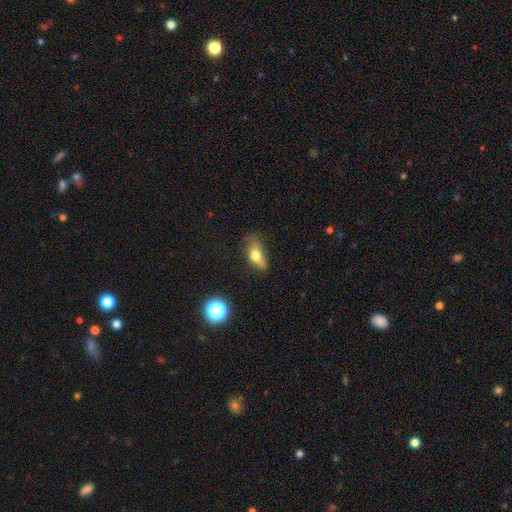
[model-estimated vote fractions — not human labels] A smooth galaxy with no disk features (68%) that is in between round and cigar-shaped (76%). Merging: none (44%).